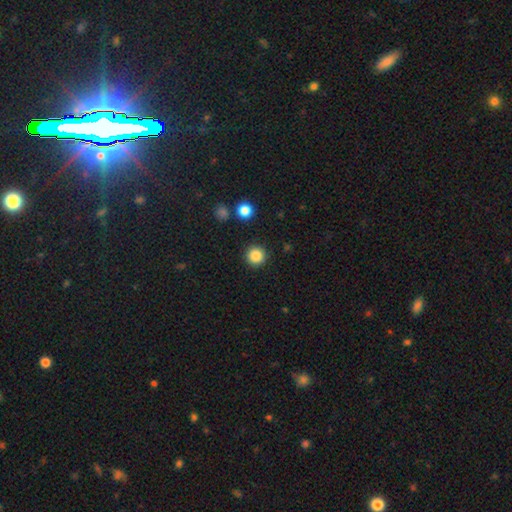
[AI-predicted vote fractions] Smooth or featured: smooth — 86% (star or artifact — 11%)
How rounded: round — 96% (in between — 3%)
Merging: none — 91% (minor disturbance — 5%)